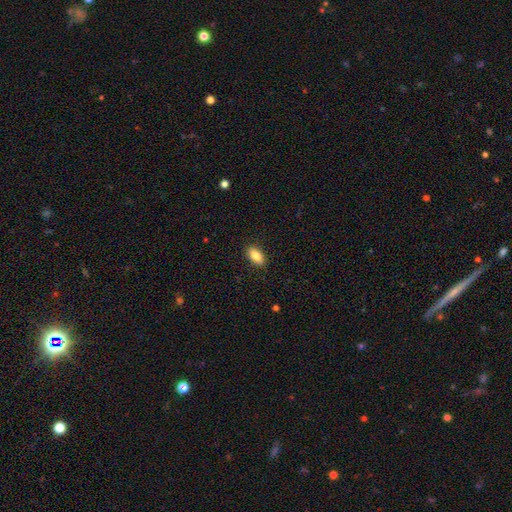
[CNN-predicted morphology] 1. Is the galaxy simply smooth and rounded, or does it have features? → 85% smooth, 7% featured or disk, 7% star or artifact.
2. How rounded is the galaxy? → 90% in between, 6% cigar-shaped, 4% round.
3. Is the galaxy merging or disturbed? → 89% none, 8% minor disturbance, 2% major disturbance, 1% merger.